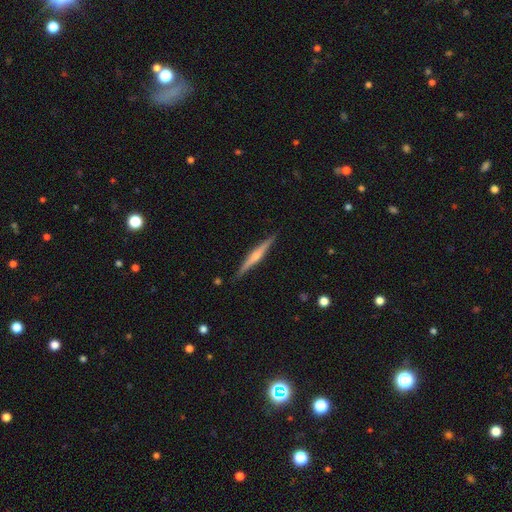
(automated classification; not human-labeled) Overall: featured or disk (70%). Edge-on disk: yes (98%). Edge-on bulge: rounded (75%). Merging: none (90%).